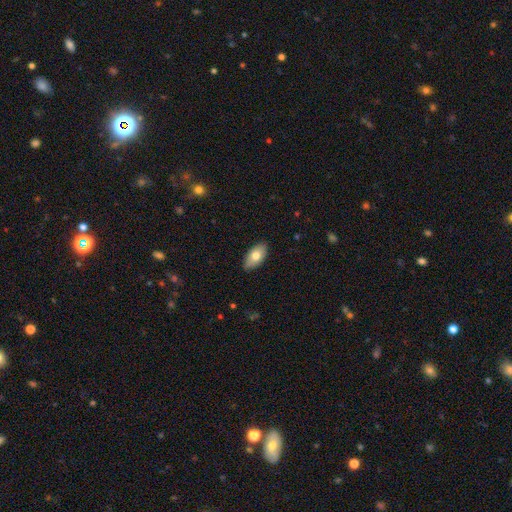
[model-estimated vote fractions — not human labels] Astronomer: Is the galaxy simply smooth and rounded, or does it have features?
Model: smooth — 74%.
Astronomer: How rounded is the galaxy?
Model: in between — 92%.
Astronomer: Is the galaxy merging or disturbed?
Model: none — 86%.